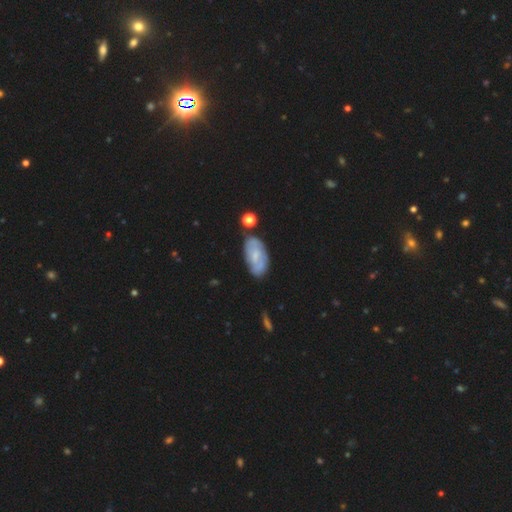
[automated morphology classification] Smooth or featured?
  - featured or disk: 50% *
  - smooth: 43%
  - star or artifact: 7%
Merging?
  - none: 65% *
  - minor disturbance: 22%
  - merger: 7%
  - major disturbance: 6%